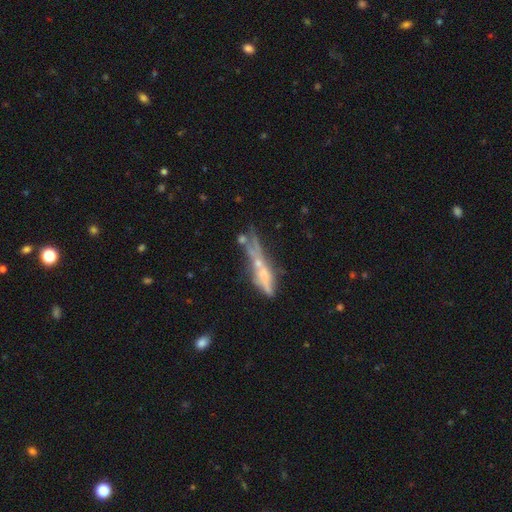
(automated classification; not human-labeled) This appears to be a featured or disk galaxy (53%) viewed edge-on (57%). Merging: none (36%).